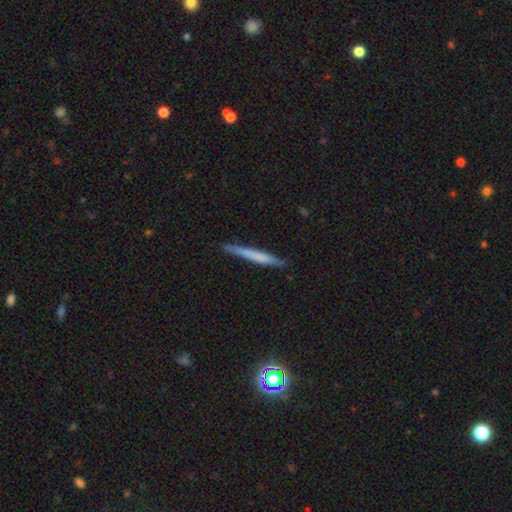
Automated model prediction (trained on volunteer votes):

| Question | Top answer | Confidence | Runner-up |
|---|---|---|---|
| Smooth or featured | smooth | 58% | featured or disk (36%) |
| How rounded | cigar-shaped | 97% | in between (2%) |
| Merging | none | 85% | minor disturbance (11%) |